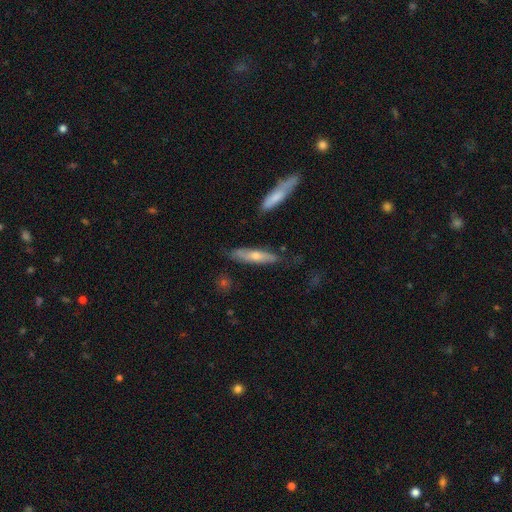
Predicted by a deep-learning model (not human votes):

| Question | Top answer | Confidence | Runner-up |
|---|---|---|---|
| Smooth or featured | smooth | 49% | featured or disk (44%) |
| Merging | none | 76% | minor disturbance (17%) |